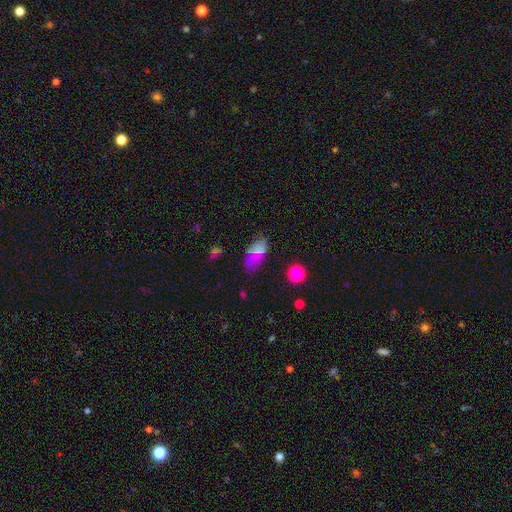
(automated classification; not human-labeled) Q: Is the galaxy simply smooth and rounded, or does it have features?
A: smooth — 65%.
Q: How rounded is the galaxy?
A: in between — 91%.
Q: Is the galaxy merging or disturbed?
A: none — 74%.